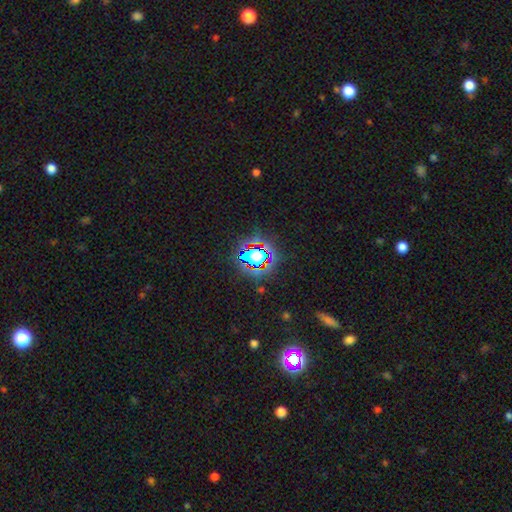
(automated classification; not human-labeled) A star or artifact, not a galaxy (63%).